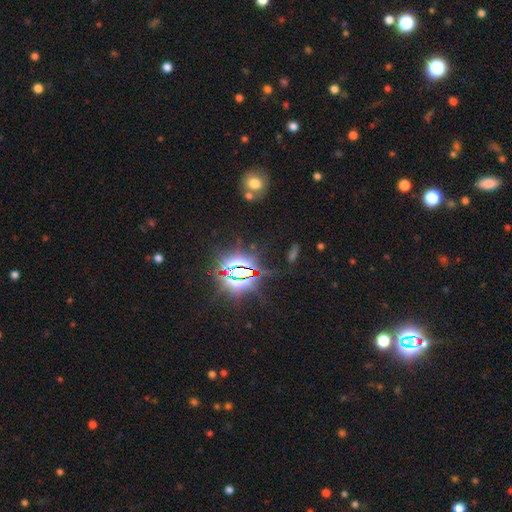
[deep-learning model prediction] smooth_or_featured: star or artifact (p=0.83) [alt: smooth p=0.10]